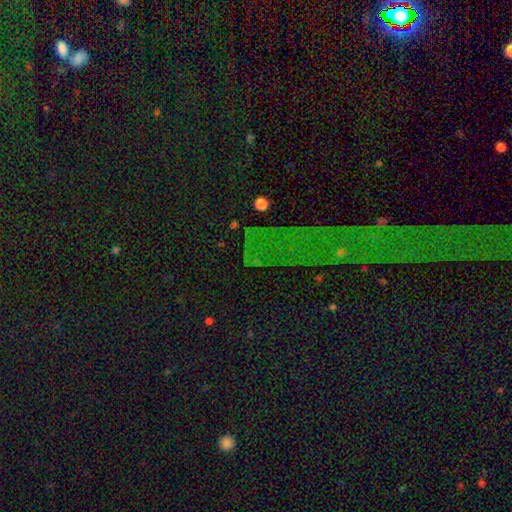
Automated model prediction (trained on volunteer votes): smooth_or_featured: star or artifact (p=0.74) [alt: smooth p=0.13]